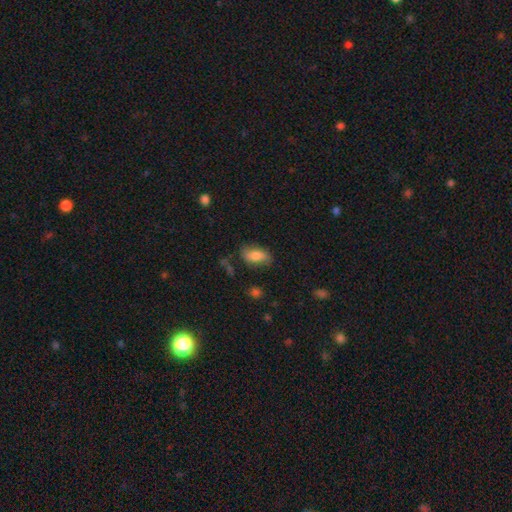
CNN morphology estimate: Smooth or featured: smooth — 74% (featured or disk — 18%)
How rounded: in between — 90% (cigar-shaped — 5%)
Merging: none — 70% (minor disturbance — 21%)